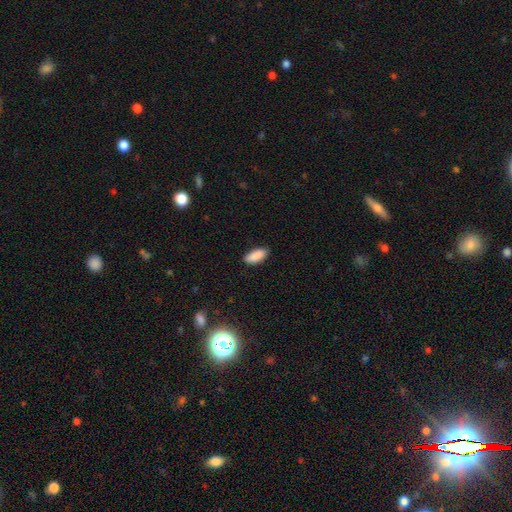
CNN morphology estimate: Smooth or featured? smooth (90%)
How rounded? in between (86%)
Merging? none (87%)